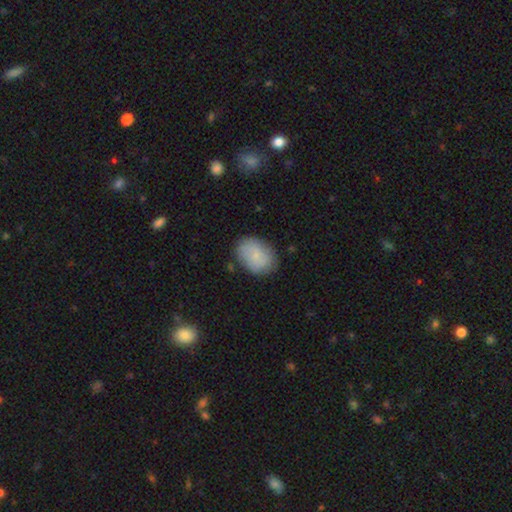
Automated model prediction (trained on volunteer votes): Smooth or featured: smooth — 77% (featured or disk — 16%)
How rounded: in between — 75% (round — 24%)
Merging: none — 75% (minor disturbance — 18%)